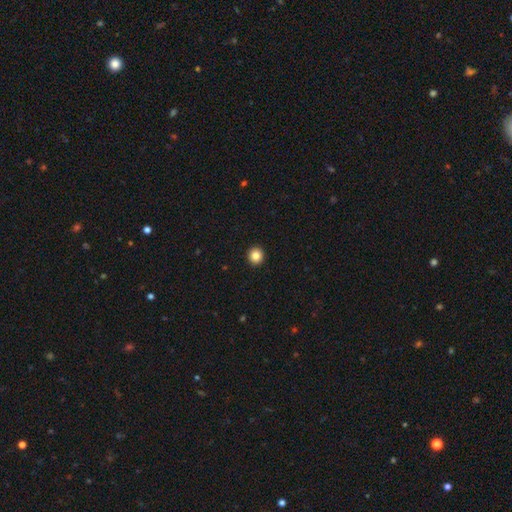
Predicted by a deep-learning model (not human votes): A smooth galaxy with no disk features (85%) that is round (92%).

Vote fractions:
- Smooth or featured? smooth: 85% / star or artifact: 10% / featured or disk: 5%
- How rounded? round: 92% / in between: 7% / cigar-shaped: 1%
- Merging? none: 94% / minor disturbance: 4% / major disturbance: 1% / merger: 1%